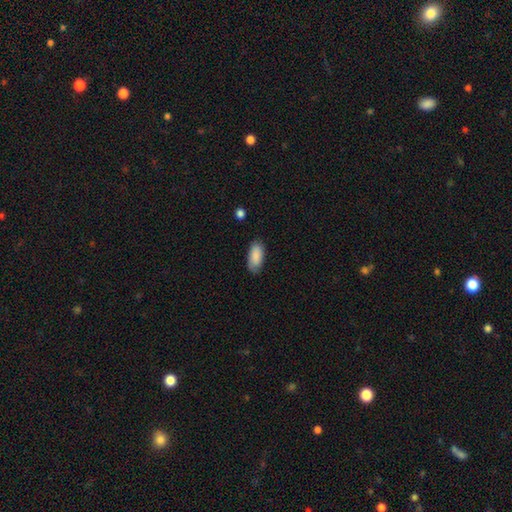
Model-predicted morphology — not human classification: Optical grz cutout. It shows a smooth galaxy with no disk features (87%) that is in between round and cigar-shaped (88%). Merging: none (80%).